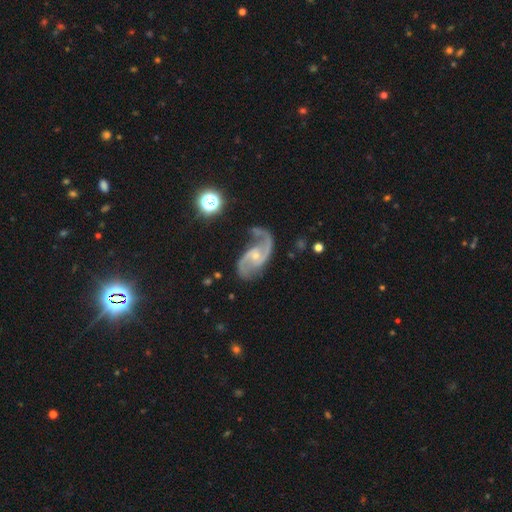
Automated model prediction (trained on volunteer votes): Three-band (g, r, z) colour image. It shows a featured or disk galaxy (91%) with no bar (52%), 2 (90%) medium (46%) spiral arms (97%) and a small central bulge (66%). Merging: none (61%).